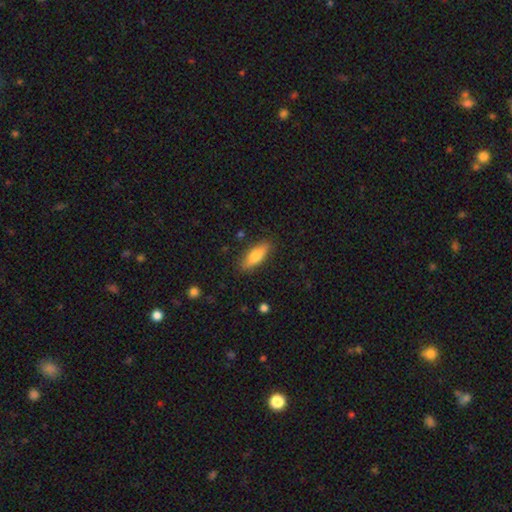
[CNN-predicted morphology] Q: Smooth or featured?
A: smooth (73%); runner-up: featured or disk (21%)
Q: How rounded?
A: in between (53%); runner-up: cigar-shaped (45%)
Q: Merging?
A: none (86%); runner-up: minor disturbance (10%)